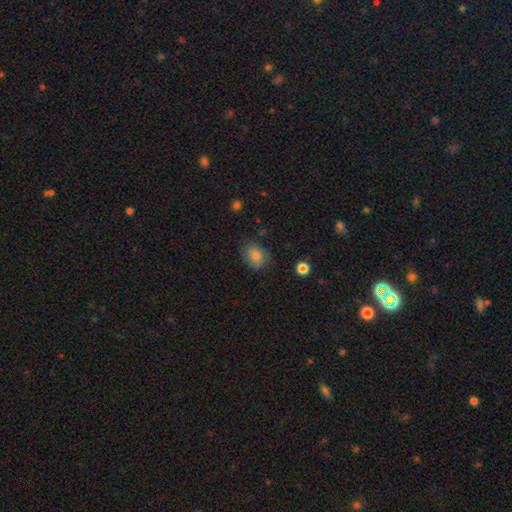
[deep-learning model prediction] Smooth or featured? Predicted: smooth (p=0.78). How rounded? Predicted: in between (p=0.58). Merging? Predicted: none (p=0.74).